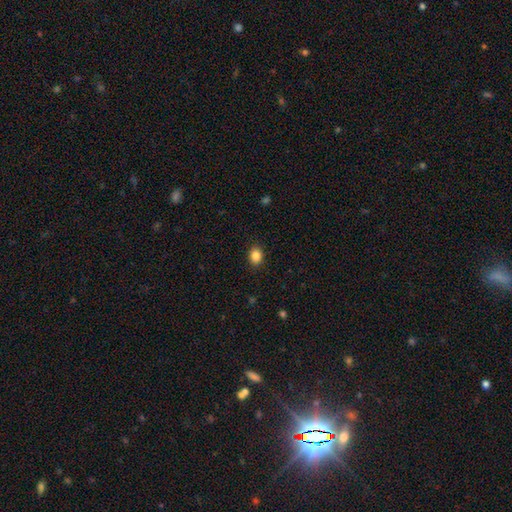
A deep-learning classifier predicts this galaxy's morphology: This appears to be a smooth galaxy with no disk features (86%) that is in between round and cigar-shaped (51%). Merging: none (90%).